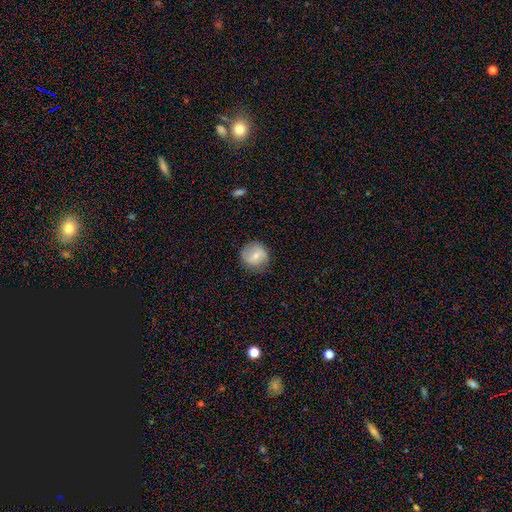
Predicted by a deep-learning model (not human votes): This is possibly a smooth galaxy (59%). How rounded: clearly round (88%). Merging: likely none (80%).